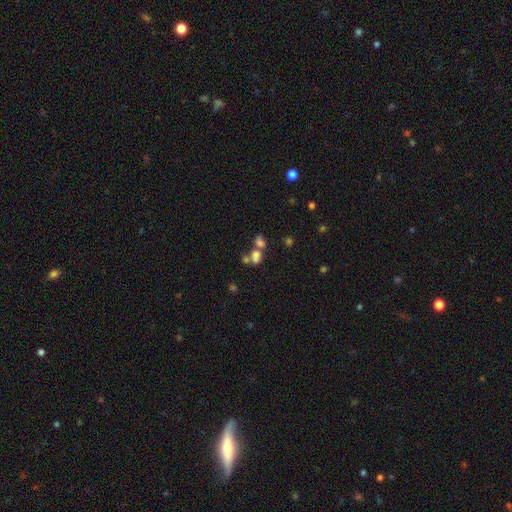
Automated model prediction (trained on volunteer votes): Overall: smooth (67%). How rounded: in between (70%). Merging: merger (59%; none 25%).